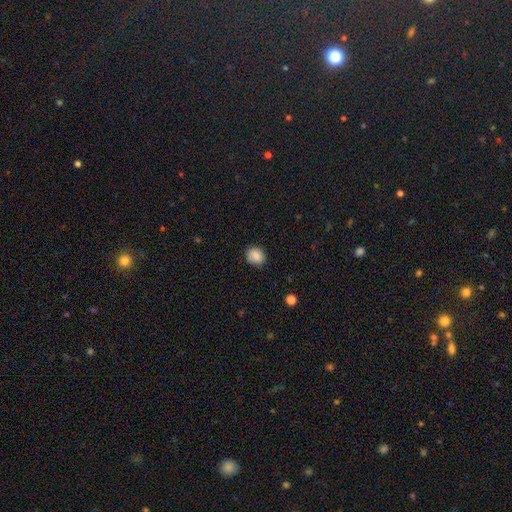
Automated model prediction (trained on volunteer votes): smooth 84%, star or artifact 9%, featured or disk 7%. Down the decision tree: how rounded — round (77%); merging — none (83%).